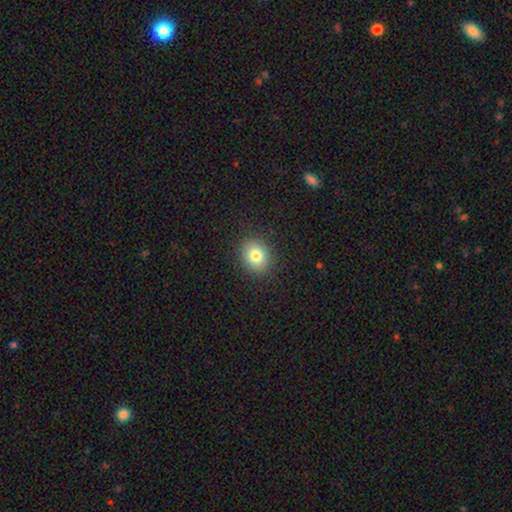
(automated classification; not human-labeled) A smooth galaxy with no disk features (80%) that is round (72%).

Vote fractions:
- Smooth or featured? smooth: 80% / star or artifact: 12% / featured or disk: 8%
- How rounded? round: 72% / in between: 27% / cigar-shaped: 1%
- Merging? none: 89% / minor disturbance: 7% / major disturbance: 3% / merger: 1%